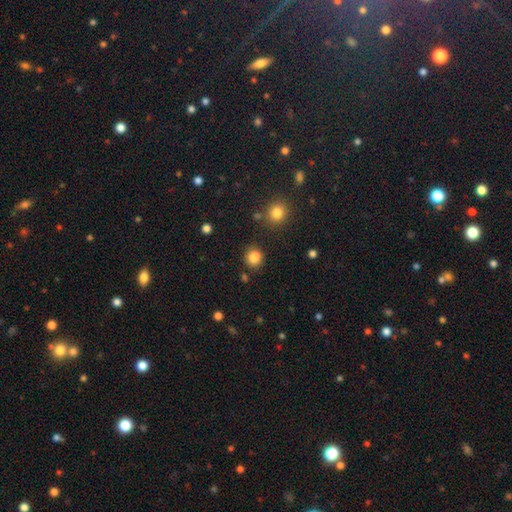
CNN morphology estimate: This is clearly a smooth galaxy (84%). How rounded: clearly round (82%). Merging: clearly none (81%).